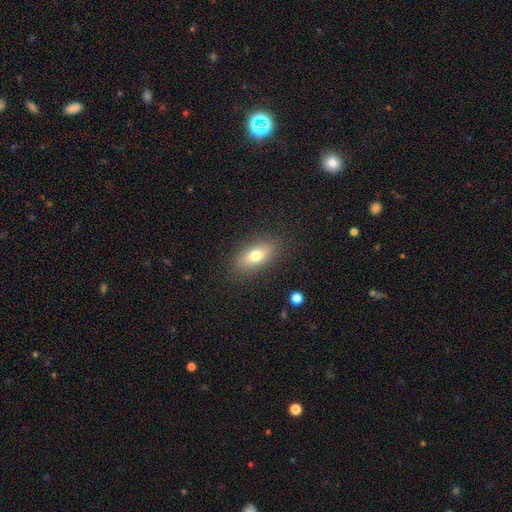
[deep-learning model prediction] Smooth or featured? Predicted: smooth (p=0.72). How rounded? Predicted: in between (p=0.82). Merging? Predicted: none (p=0.86).